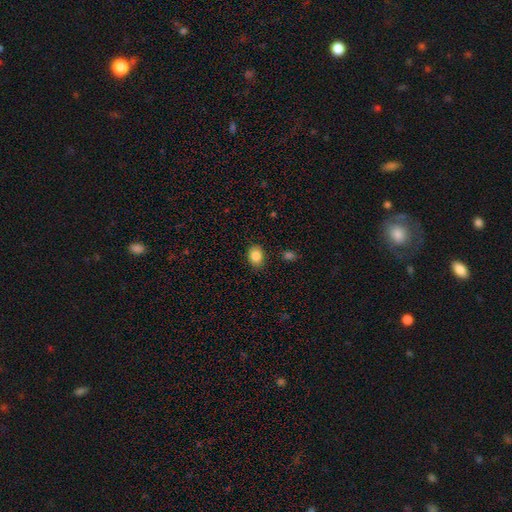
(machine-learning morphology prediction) smooth 86%, star or artifact 9%, featured or disk 6%. Down the decision tree: how rounded — in between (59%); merging — none (87%).